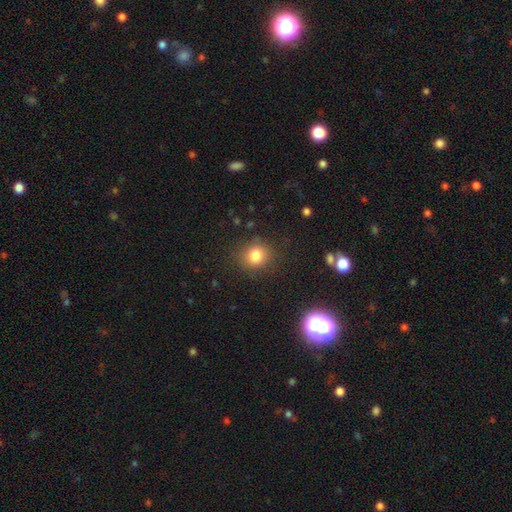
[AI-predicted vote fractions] smooth 80%, star or artifact 13%, featured or disk 7%. Down the decision tree: how rounded — round (80%); merging — none (84%).